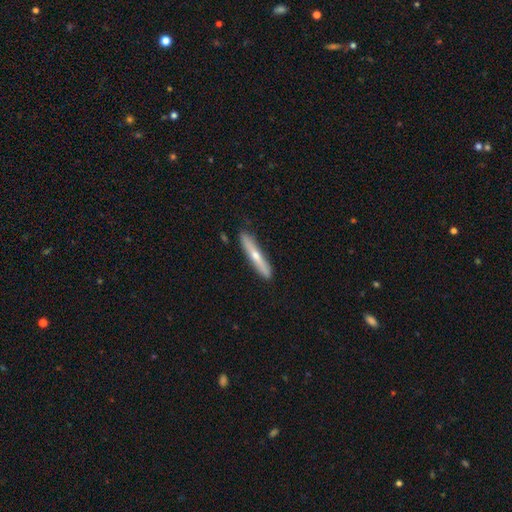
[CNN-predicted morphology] smooth-or-featured: smooth: 48% | featured or disk: 46% | star or artifact: 6%
  merging: none: 86% | minor disturbance: 11% | major disturbance: 2% | merger: 1%